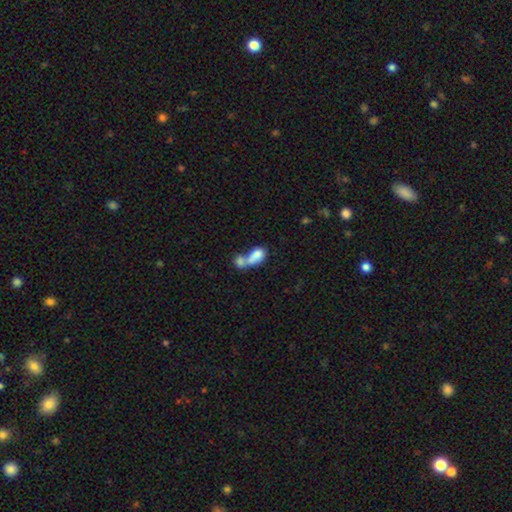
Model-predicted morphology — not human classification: Q: Smooth or featured?
A: smooth (74%); runner-up: featured or disk (18%)
Q: How rounded?
A: in between (81%); runner-up: round (12%)
Q: Merging?
A: merger (74%); runner-up: none (13%)